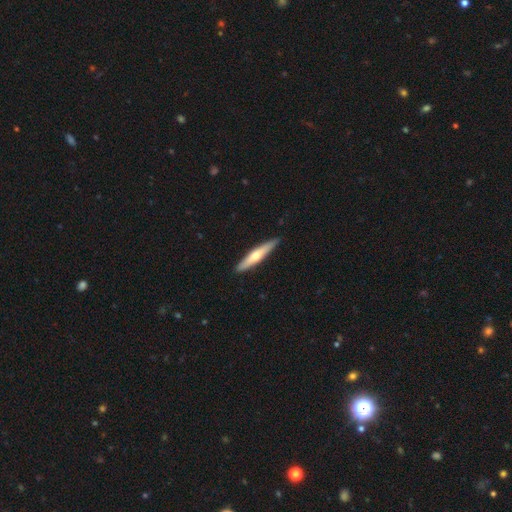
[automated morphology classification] type=smooth (48%); merging=none (90%).